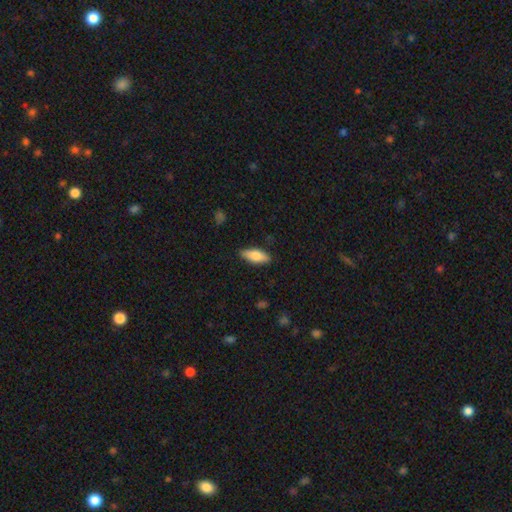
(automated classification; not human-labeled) Smooth or featured? Predicted: smooth (p=0.76). How rounded? Predicted: in between (p=0.73). Merging? Predicted: none (p=0.87).